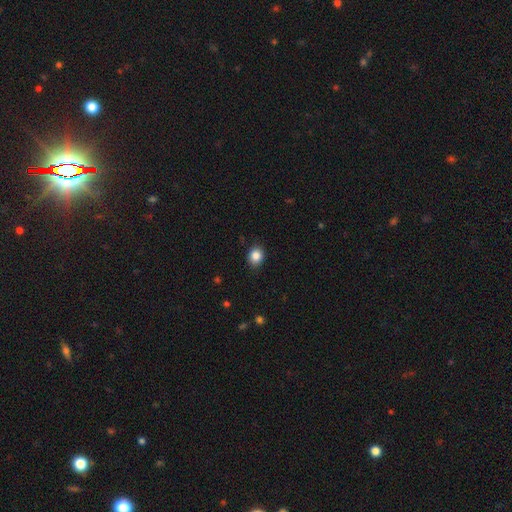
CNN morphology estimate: Smooth or featured?
  - smooth: 86% *
  - star or artifact: 10%
  - featured or disk: 4%
How rounded?
  - round: 65% *
  - in between: 35%
  - cigar-shaped: 1%
Merging?
  - none: 87% *
  - minor disturbance: 10%
  - major disturbance: 2%
  - merger: 1%